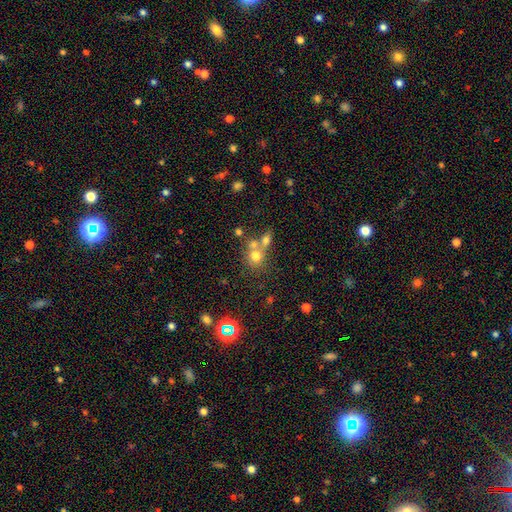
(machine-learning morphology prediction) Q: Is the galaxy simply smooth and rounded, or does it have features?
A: smooth — 67%.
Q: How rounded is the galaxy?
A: round — 78%.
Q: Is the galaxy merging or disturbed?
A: merger — 49%.